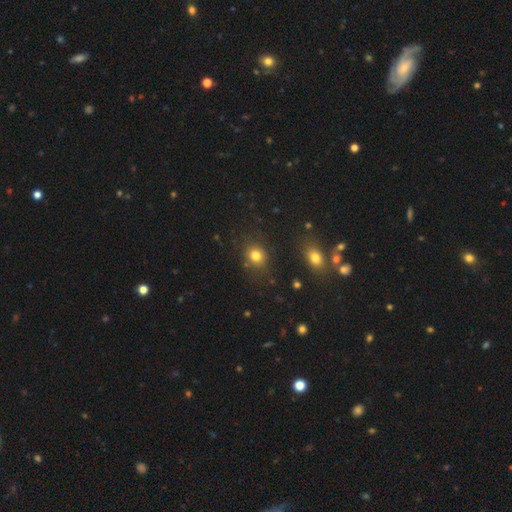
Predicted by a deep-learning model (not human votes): The model was most divided on "how rounded": round: 71%, in between: 28%, cigar-shaped: 1%. More confident: merging — none (80%); smooth or featured — smooth (80%).